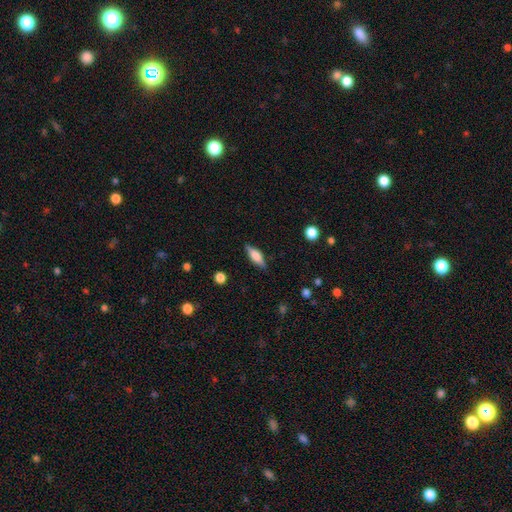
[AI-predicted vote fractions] The model was most divided on "how rounded": in between: 56%, cigar-shaped: 41%, round: 3%. More confident: merging — none (85%); smooth or featured — smooth (59%).